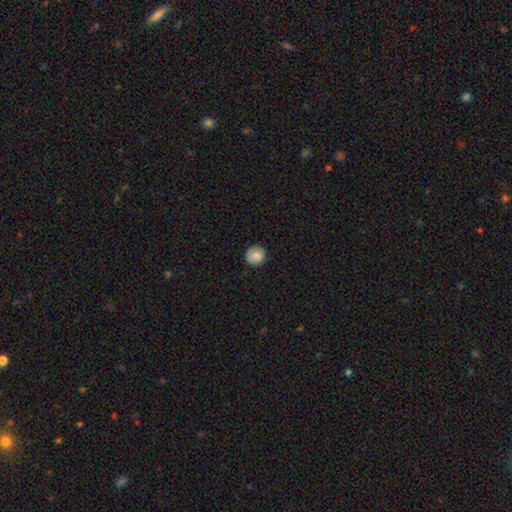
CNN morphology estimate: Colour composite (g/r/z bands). It shows a smooth galaxy with no disk features (81%) that is round (94%). Merging: none (88%).